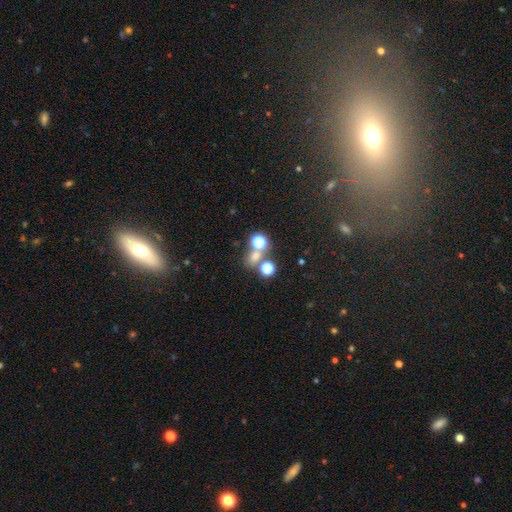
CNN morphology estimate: Smooth or featured? smooth (58%)
How rounded? round (68%)
Merging? none (52%)